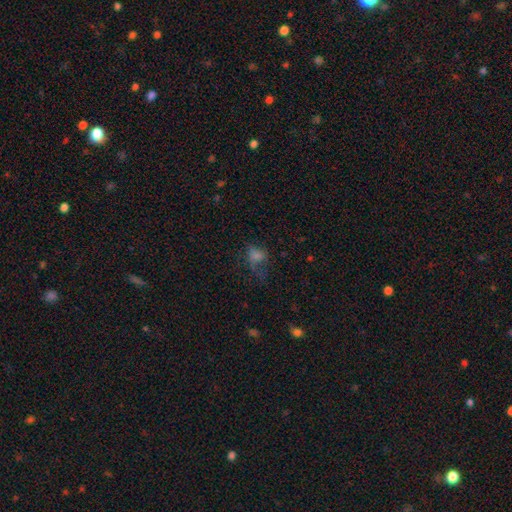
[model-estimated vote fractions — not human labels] smooth_or_featured: smooth (p=0.54) [alt: star or artifact p=0.23]
how_rounded: in between (p=0.57) [alt: round p=0.40]
merging: major disturbance (p=0.39) [alt: none p=0.36]